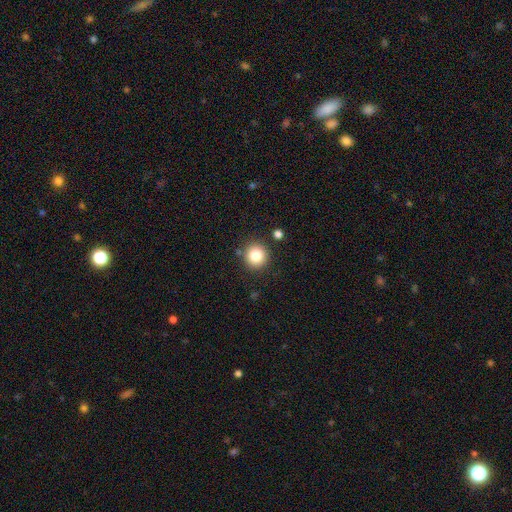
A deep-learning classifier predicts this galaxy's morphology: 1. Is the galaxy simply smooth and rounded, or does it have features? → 83% smooth, 11% star or artifact, 6% featured or disk.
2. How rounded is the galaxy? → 93% round, 6% in between, 1% cigar-shaped.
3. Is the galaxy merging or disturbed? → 87% none, 7% minor disturbance, 3% merger, 2% major disturbance.